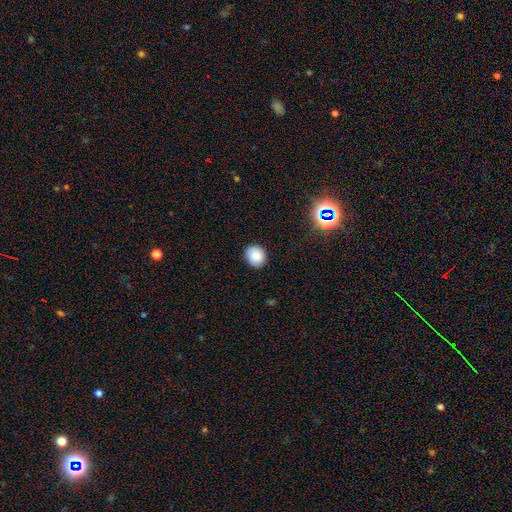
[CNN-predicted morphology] smooth-or-featured: smooth: 84% | star or artifact: 10% | featured or disk: 6%
  how-rounded: round: 72% | in between: 27% | cigar-shaped: 1%
  merging: none: 88% | minor disturbance: 9% | major disturbance: 2% | merger: 1%